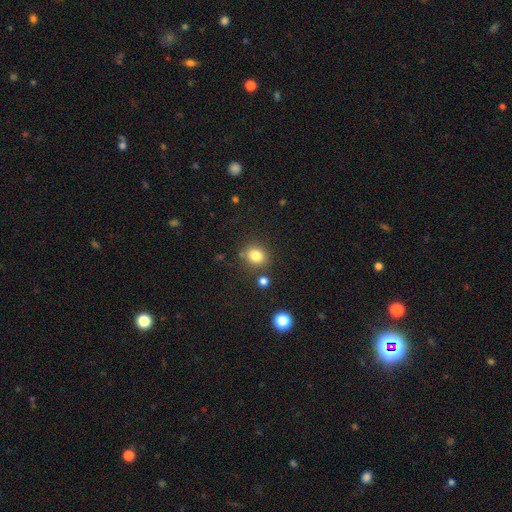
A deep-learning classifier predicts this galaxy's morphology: Smooth or featured: smooth — 82% (star or artifact — 12%)
How rounded: round — 73% (in between — 26%)
Merging: none — 81% (minor disturbance — 10%)